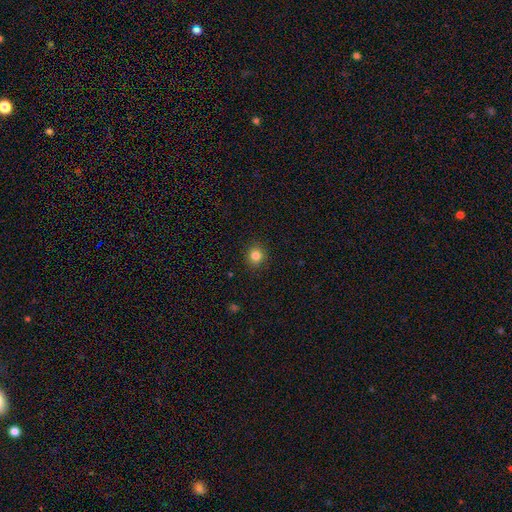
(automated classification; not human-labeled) smooth_or_featured: smooth (p=0.83) [alt: star or artifact p=0.12]
how_rounded: round (p=0.89) [alt: in between p=0.10]
merging: none (p=0.91) [alt: minor disturbance p=0.06]